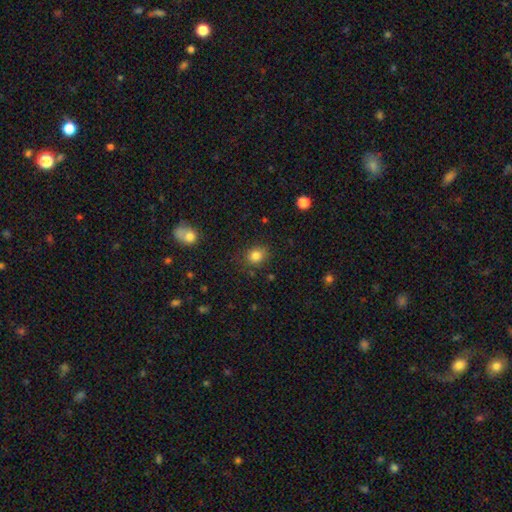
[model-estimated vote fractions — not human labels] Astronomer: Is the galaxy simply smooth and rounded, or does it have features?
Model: smooth — 83%.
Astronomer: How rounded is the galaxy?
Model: round — 65%.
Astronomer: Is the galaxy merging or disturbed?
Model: none — 83%.